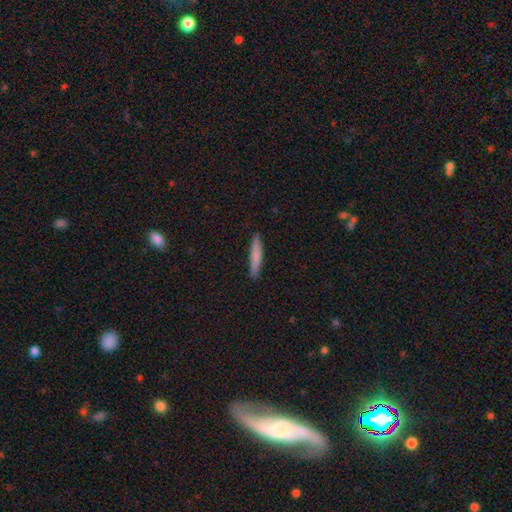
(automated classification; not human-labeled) This is likely a smooth galaxy (76%). How rounded: clearly cigar-shaped (93%). Merging: clearly none (89%).